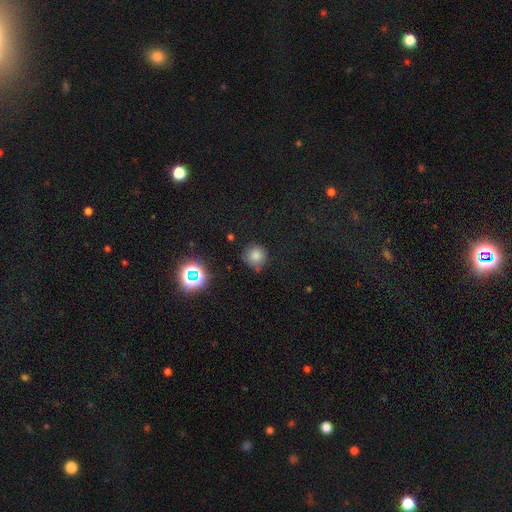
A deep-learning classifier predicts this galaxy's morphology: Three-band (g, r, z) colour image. It shows a smooth galaxy with no disk features (77%) that is round (93%). Merging: none (75%).